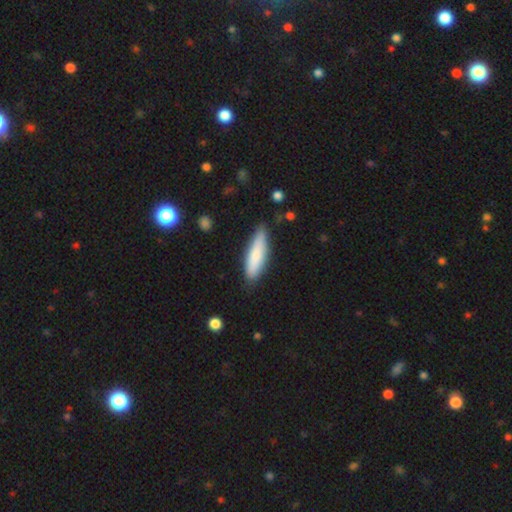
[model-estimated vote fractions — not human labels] smooth_or_featured: smooth (p=0.78) [alt: featured or disk p=0.17]
how_rounded: cigar-shaped (p=0.63) [alt: in between p=0.36]
merging: none (p=0.78) [alt: minor disturbance p=0.17]